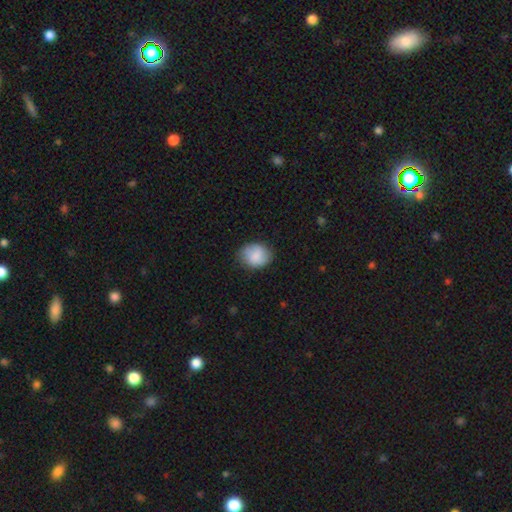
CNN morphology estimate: smooth 81%, featured or disk 12%, star or artifact 7%. Down the decision tree: how rounded — round (54%); merging — none (78%).